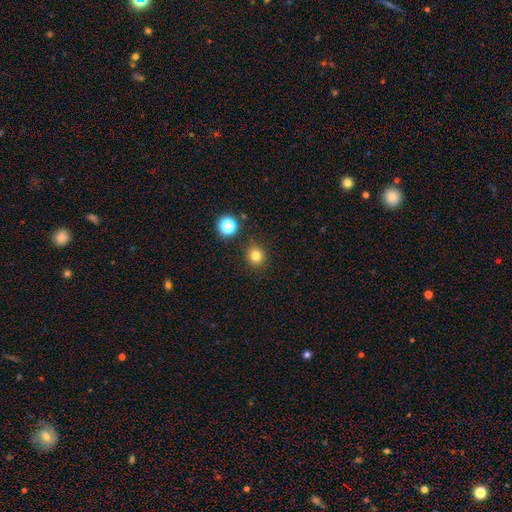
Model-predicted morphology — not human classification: Q: Smooth or featured?
A: smooth (79%); runner-up: star or artifact (15%)
Q: How rounded?
A: round (90%); runner-up: in between (9%)
Q: Merging?
A: none (89%); runner-up: minor disturbance (7%)